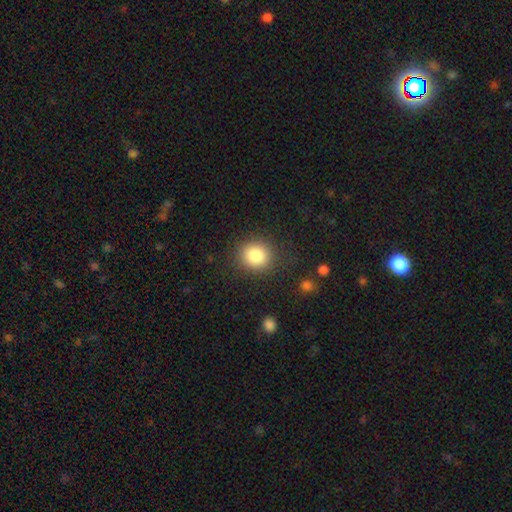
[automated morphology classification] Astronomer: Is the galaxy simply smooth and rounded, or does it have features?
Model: smooth — 85%.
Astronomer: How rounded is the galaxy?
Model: round — 82%.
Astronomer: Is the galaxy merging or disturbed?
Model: none — 85%.